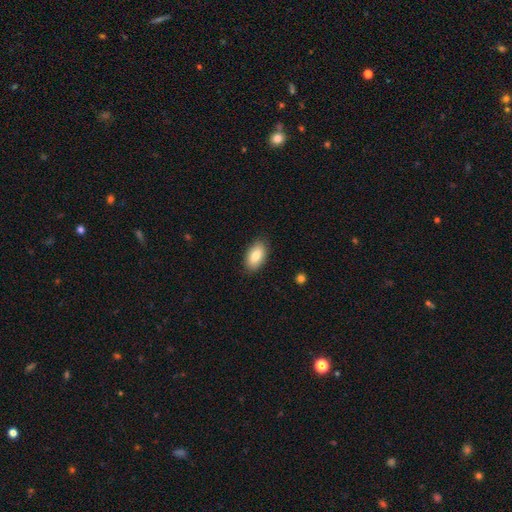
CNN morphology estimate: Smooth or featured? Predicted: smooth (p=0.83). How rounded? Predicted: in between (p=0.94). Merging? Predicted: none (p=0.87).